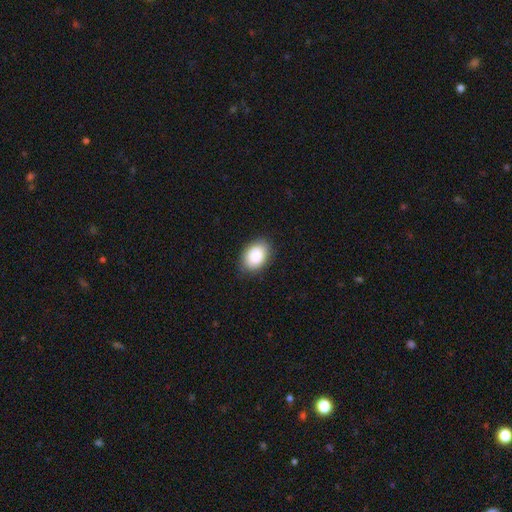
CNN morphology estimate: type=smooth (88%); roundness=in between (83%); merging=none (86%).